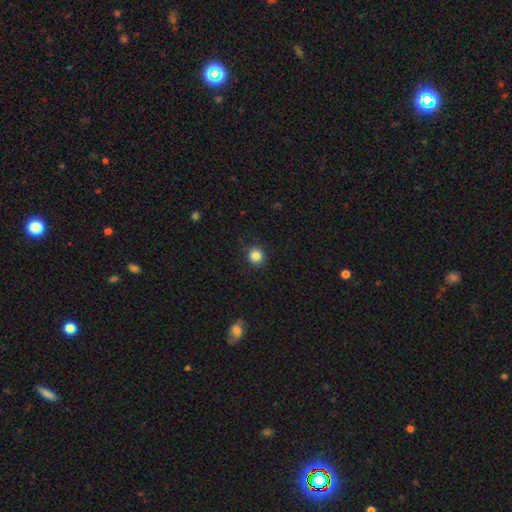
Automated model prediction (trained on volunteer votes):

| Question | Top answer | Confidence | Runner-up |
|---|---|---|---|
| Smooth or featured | smooth | 85% | star or artifact (11%) |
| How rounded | round | 92% | in between (7%) |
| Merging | none | 90% | minor disturbance (7%) |